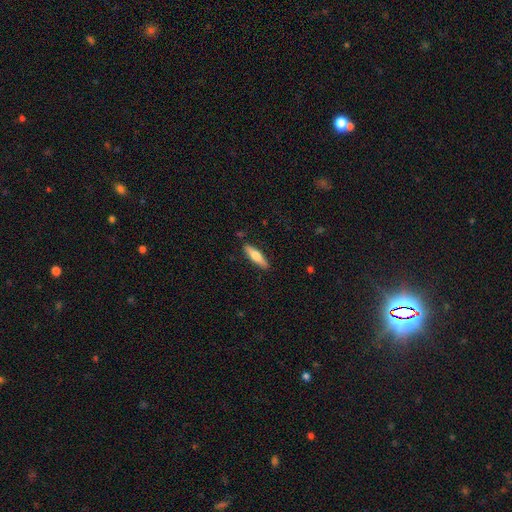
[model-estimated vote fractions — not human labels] Smooth or featured?
  - smooth: 59% *
  - featured or disk: 36%
  - star or artifact: 5%
How rounded?
  - cigar-shaped: 70% *
  - in between: 28%
  - round: 2%
Merging?
  - none: 88% *
  - minor disturbance: 8%
  - major disturbance: 2%
  - merger: 1%